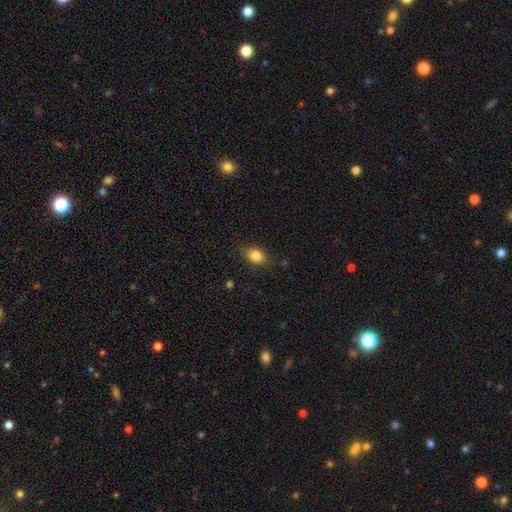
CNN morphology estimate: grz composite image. It shows a smooth galaxy with no disk features (84%) that is in between round and cigar-shaped (69%). Merging: none (81%).